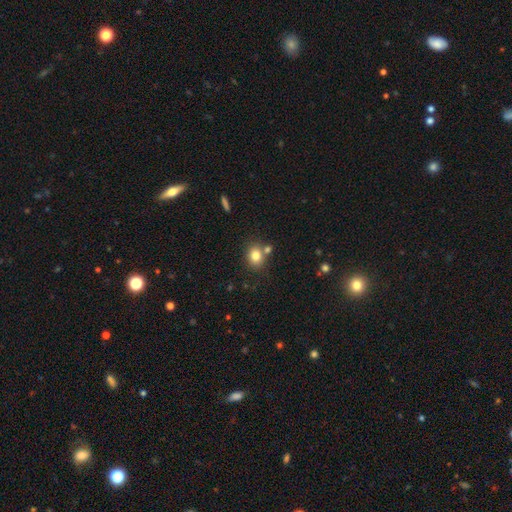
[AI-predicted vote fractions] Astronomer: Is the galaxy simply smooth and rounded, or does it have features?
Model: smooth — 80%.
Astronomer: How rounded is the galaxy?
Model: round — 67%.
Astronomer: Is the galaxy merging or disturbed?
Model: none — 68%.